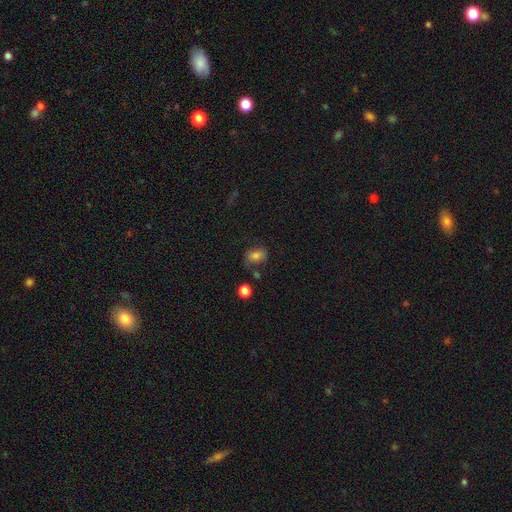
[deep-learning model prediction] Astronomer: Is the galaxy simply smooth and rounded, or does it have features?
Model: smooth — 76%.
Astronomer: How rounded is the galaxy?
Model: in between — 76%.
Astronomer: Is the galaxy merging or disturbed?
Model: none — 61%.